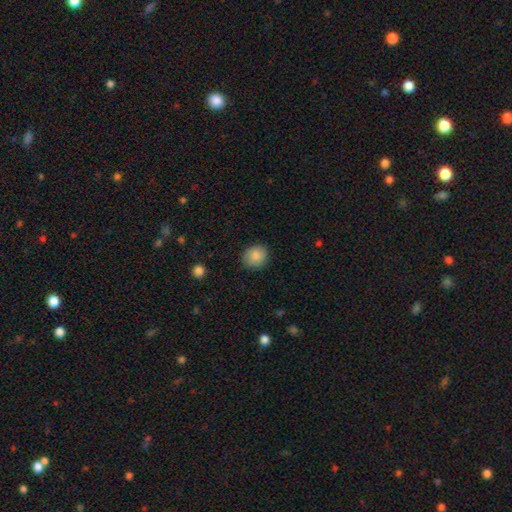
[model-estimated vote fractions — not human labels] A smooth galaxy with no disk features (87%) that is round (81%). Merging: none (88%).